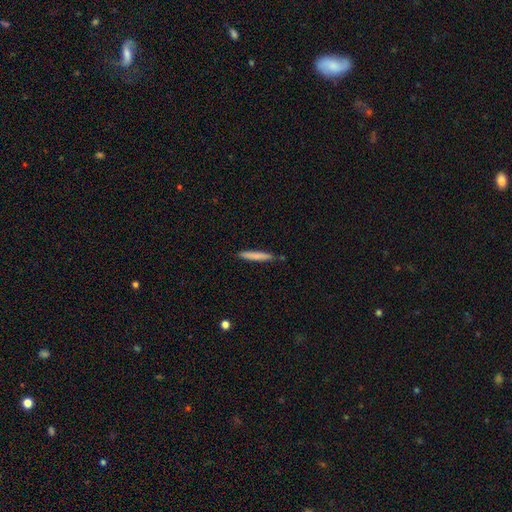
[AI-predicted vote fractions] The model was most divided on "smooth or featured": smooth: 78%, featured or disk: 16%, star or artifact: 6%. More confident: how rounded — cigar-shaped (94%); merging — none (85%).